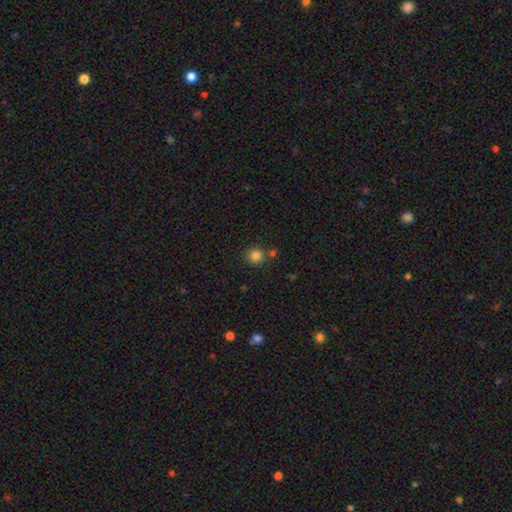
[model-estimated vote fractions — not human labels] Smooth or featured: smooth — 82% (star or artifact — 13%)
How rounded: round — 89% (in between — 10%)
Merging: none — 75% (merger — 13%)